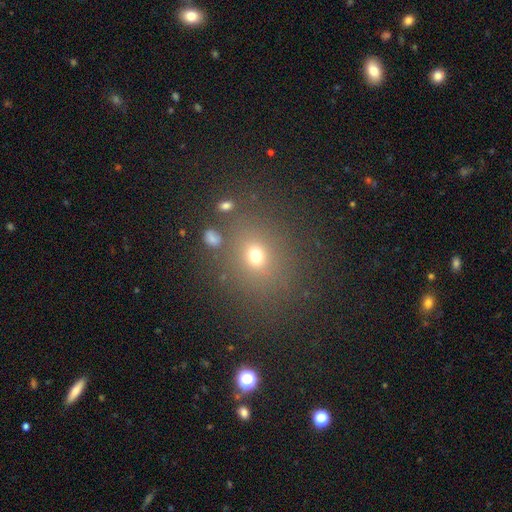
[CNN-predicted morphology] Smooth or featured? Predicted: smooth (p=0.68). How rounded? Predicted: round (p=0.60). Merging? Predicted: none (p=0.77).